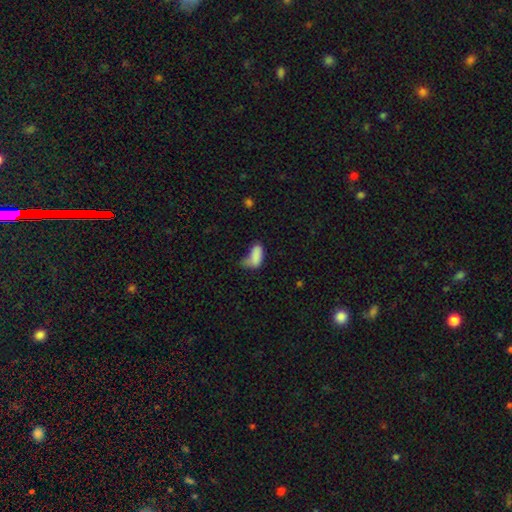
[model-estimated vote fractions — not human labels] smooth_or_featured: smooth (p=0.83) [alt: star or artifact p=0.09]
how_rounded: in between (p=0.92) [alt: cigar-shaped p=0.05]
merging: minor disturbance (p=0.35) [alt: major disturbance p=0.28]